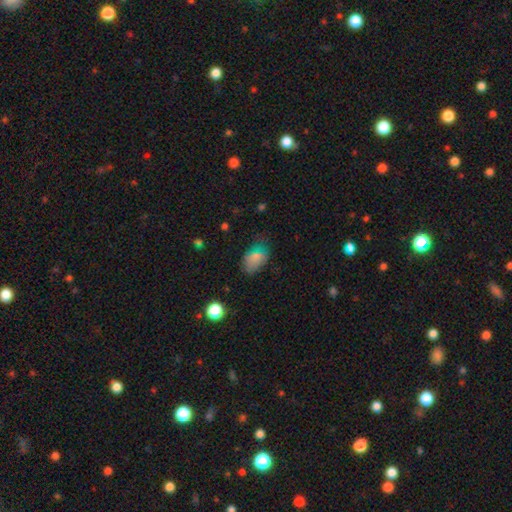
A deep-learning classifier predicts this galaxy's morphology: smooth-or-featured: smooth: 79% | featured or disk: 11% | star or artifact: 10%
  how-rounded: in between: 87% | round: 12% | cigar-shaped: 1%
  merging: none: 45% | minor disturbance: 34% | major disturbance: 18% | merger: 2%